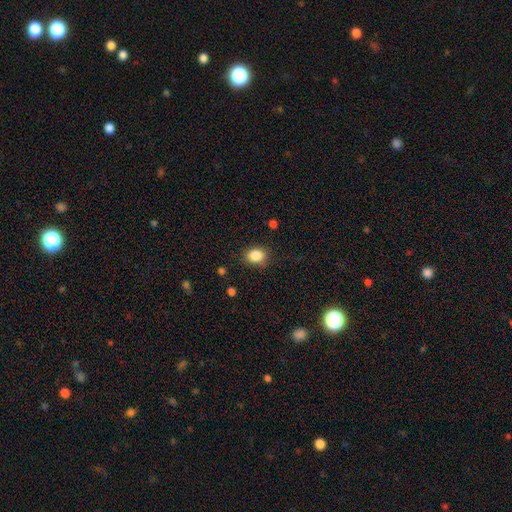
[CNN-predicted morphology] smooth_or_featured: smooth (p=0.85) [alt: star or artifact p=0.10]
how_rounded: round (p=0.55) [alt: in between p=0.44]
merging: none (p=0.82) [alt: minor disturbance p=0.13]